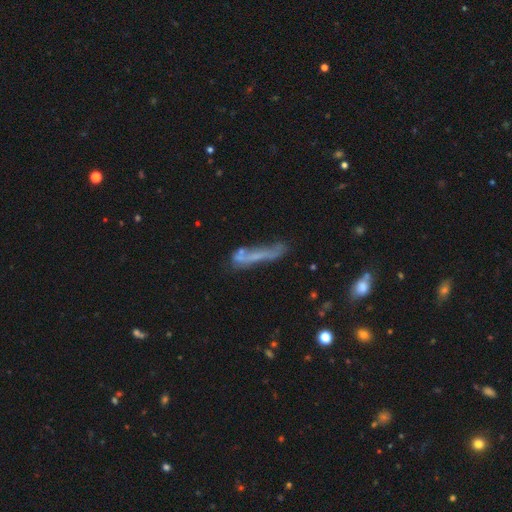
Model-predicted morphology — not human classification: This is marginally a smooth galaxy (45%). Merging: possibly none (45%).